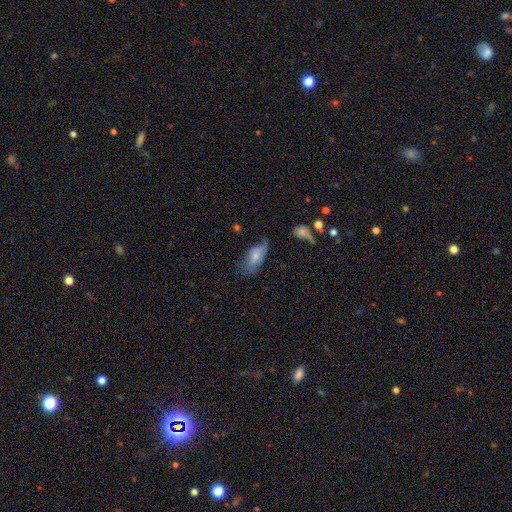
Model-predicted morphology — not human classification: Smooth or featured: smooth — 69% (featured or disk — 24%)
How rounded: in between — 88% (cigar-shaped — 9%)
Merging: none — 41% (minor disturbance — 37%)